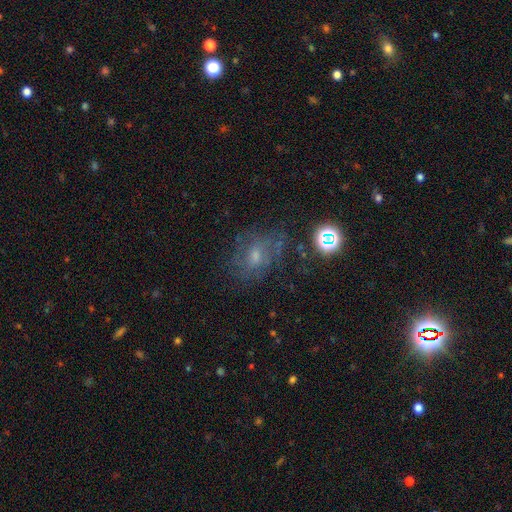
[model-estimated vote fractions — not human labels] Smooth or featured: featured or disk — 44% (smooth — 31%)
Merging: none — 66% (minor disturbance — 19%)